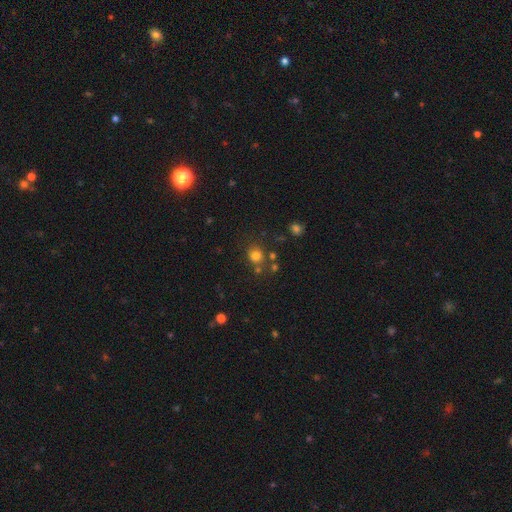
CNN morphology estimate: type=smooth (76%); roundness=round (80%); merging=none (72%).